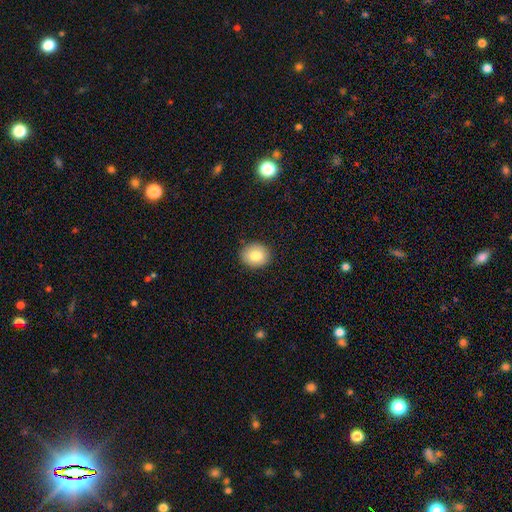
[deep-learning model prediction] smooth 80%, featured or disk 11%, star or artifact 8%. Down the decision tree: how rounded — round (64%); merging — none (89%).